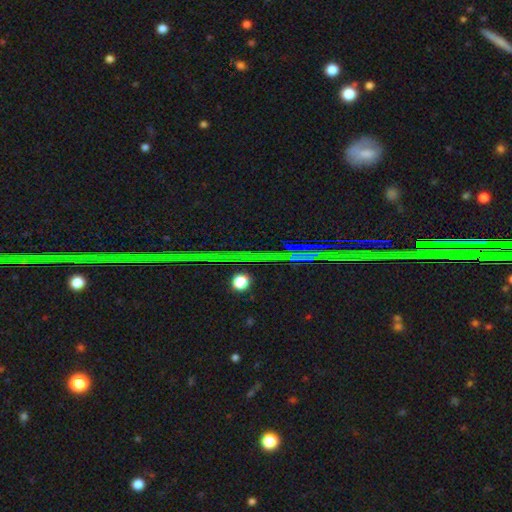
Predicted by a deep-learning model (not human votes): star or artifact 85%, featured or disk 8%, smooth 6%.